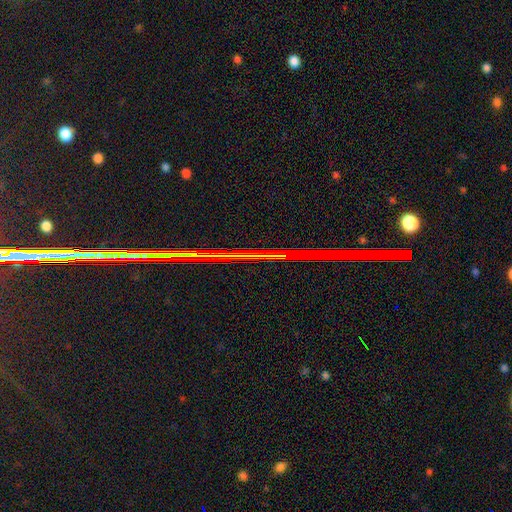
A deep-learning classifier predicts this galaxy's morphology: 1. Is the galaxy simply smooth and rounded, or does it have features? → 82% star or artifact, 11% featured or disk, 7% smooth.